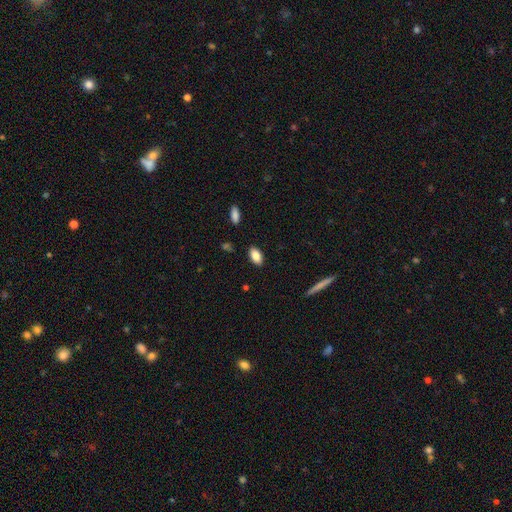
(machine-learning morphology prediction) smooth_or_featured: smooth (p=0.85) [alt: featured or disk p=0.07]
how_rounded: in between (p=0.91) [alt: cigar-shaped p=0.05]
merging: none (p=0.87) [alt: minor disturbance p=0.09]